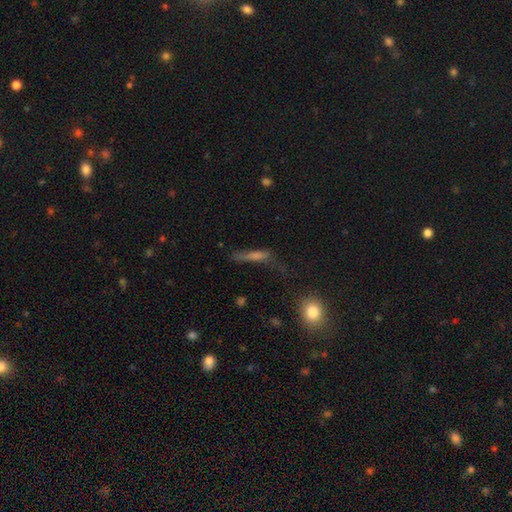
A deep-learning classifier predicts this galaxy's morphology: smooth_or_featured: smooth (p=0.50) [alt: featured or disk p=0.32]
merging: none (p=0.55) [alt: minor disturbance p=0.22]